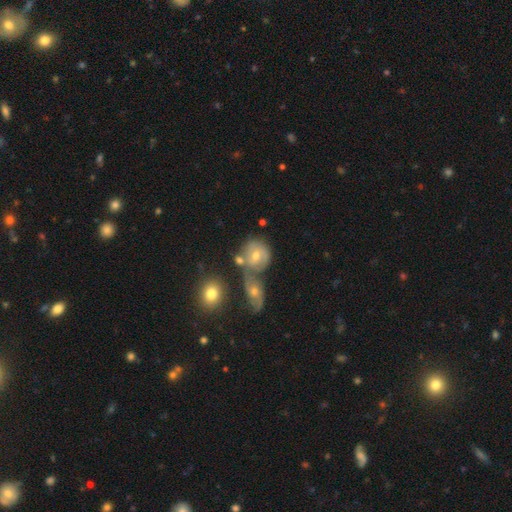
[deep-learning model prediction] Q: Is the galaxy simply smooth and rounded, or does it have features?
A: featured or disk — 51%.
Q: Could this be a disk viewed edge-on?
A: no — 95%.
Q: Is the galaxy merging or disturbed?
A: merger — 40%.